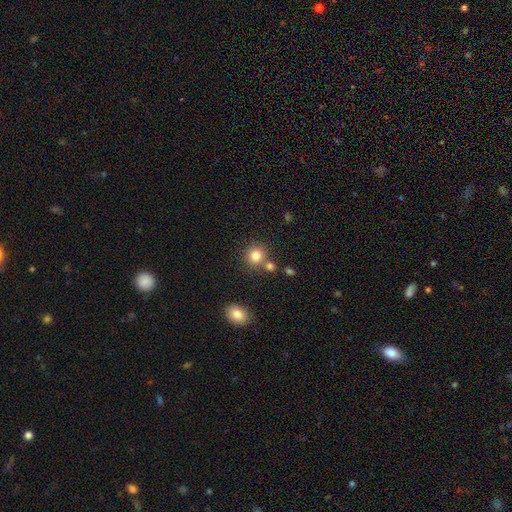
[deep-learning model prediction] Q: Smooth or featured?
A: smooth (81%); runner-up: star or artifact (11%)
Q: How rounded?
A: round (87%); runner-up: in between (12%)
Q: Merging?
A: none (70%); runner-up: merger (18%)